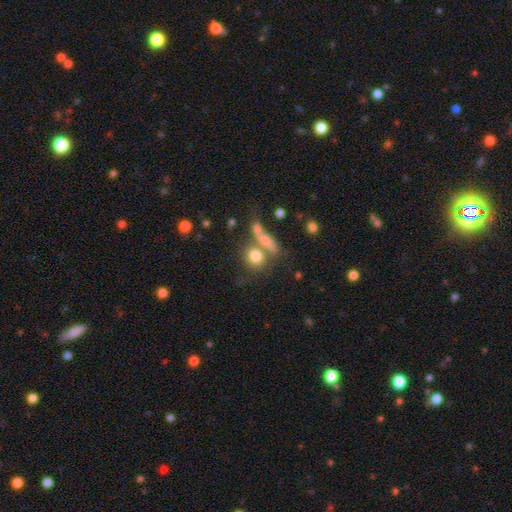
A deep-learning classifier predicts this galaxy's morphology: type=smooth (77%); roundness=round (72%); merging=none (47%).